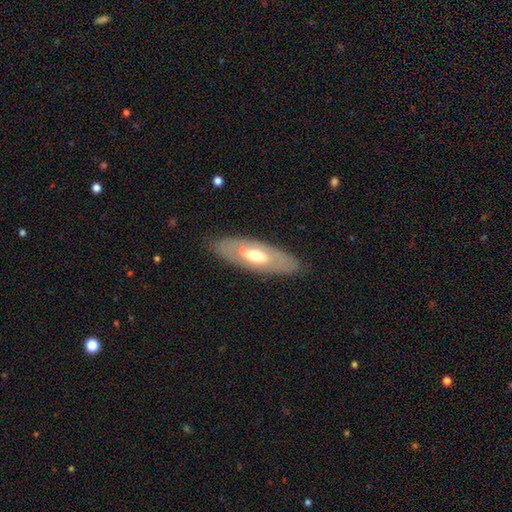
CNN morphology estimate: Smooth or featured: featured or disk — 54% (smooth — 40%)
Edge-on disk: no — 73% (yes — 27%)
Merging: none — 81% (minor disturbance — 13%)